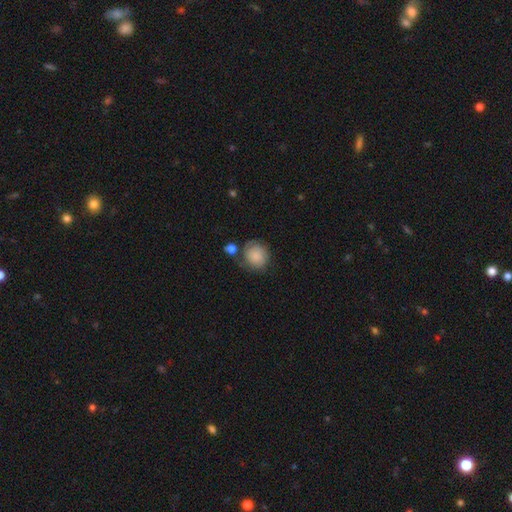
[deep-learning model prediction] smooth-or-featured: smooth: 74% | featured or disk: 18% | star or artifact: 8%
  how-rounded: round: 79% | in between: 20% | cigar-shaped: 1%
  merging: none: 57% | minor disturbance: 23% | major disturbance: 10% | merger: 9%